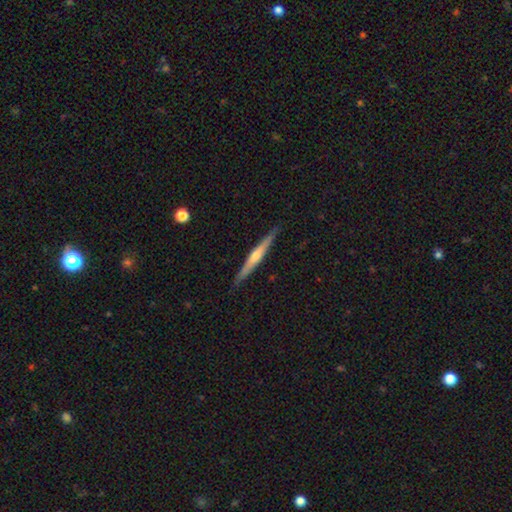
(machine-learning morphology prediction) A featured or disk galaxy (72%) viewed edge-on (98%) with a rounded central bulge (79%).

Vote fractions:
- Smooth or featured? featured or disk: 72% / smooth: 23% / star or artifact: 5%
- Edge-on disk? yes: 98% / no: 2%
- Edge-on bulge? rounded: 79% / none: 15% / boxy: 6%
- Merging? none: 91% / minor disturbance: 7% / major disturbance: 1% / merger: 1%